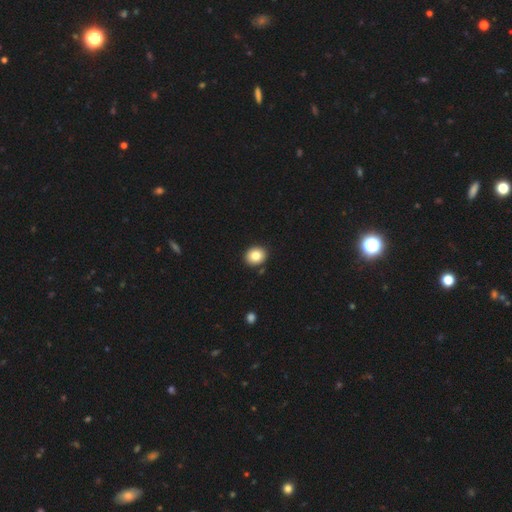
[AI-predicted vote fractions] smooth 82%, star or artifact 9%, featured or disk 8%. Down the decision tree: how rounded — round (69%); merging — none (89%).